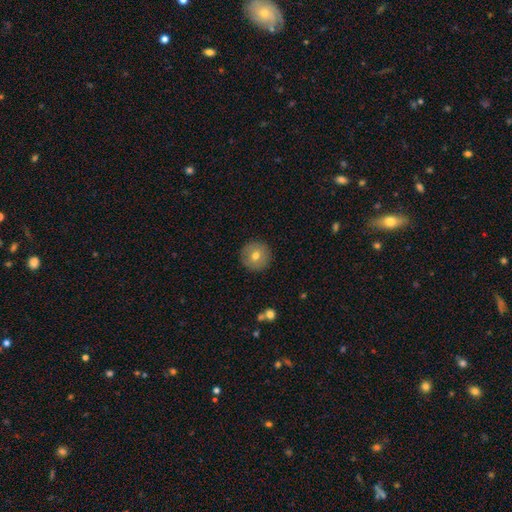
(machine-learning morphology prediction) A smooth galaxy with no disk features (72%) that is round (96%).

Vote fractions:
- Smooth or featured? smooth: 72% / featured or disk: 20% / star or artifact: 8%
- How rounded? round: 96% / in between: 3% / cigar-shaped: 1%
- Merging? none: 91% / minor disturbance: 6% / major disturbance: 2% / merger: 1%